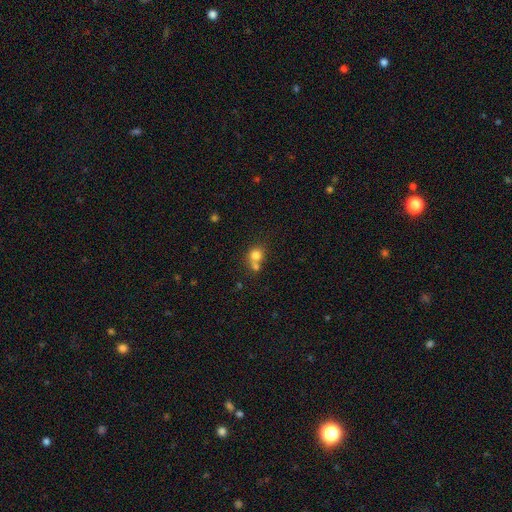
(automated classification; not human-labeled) A smooth galaxy with no disk features (77%) that is round (80%). Merging: merger (49%).